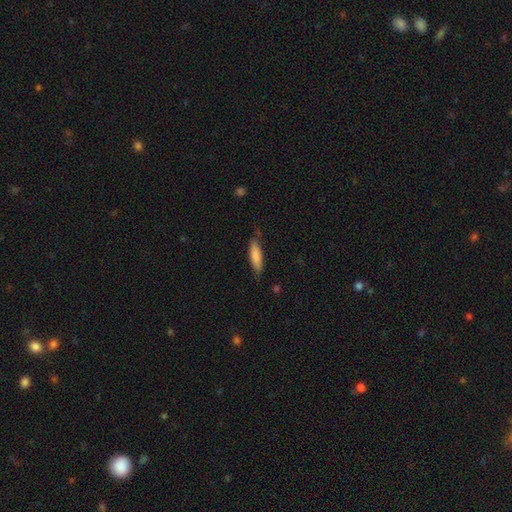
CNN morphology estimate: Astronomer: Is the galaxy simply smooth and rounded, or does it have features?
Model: smooth — 81%.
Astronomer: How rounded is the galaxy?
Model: cigar-shaped — 64%.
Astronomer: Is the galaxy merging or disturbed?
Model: none — 75%.